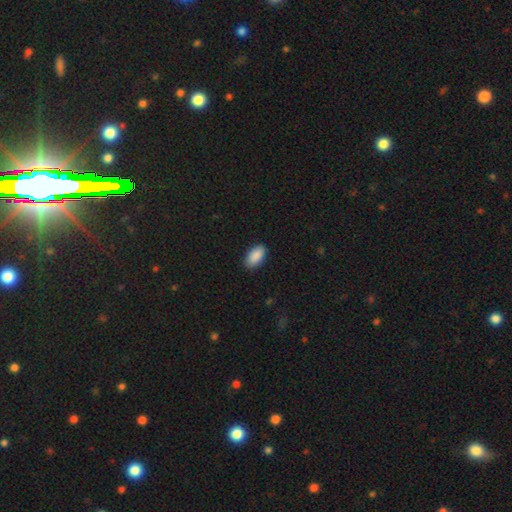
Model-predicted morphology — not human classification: A smooth galaxy with no disk features (90%) that is in between round and cigar-shaped (94%). Merging: none (87%).